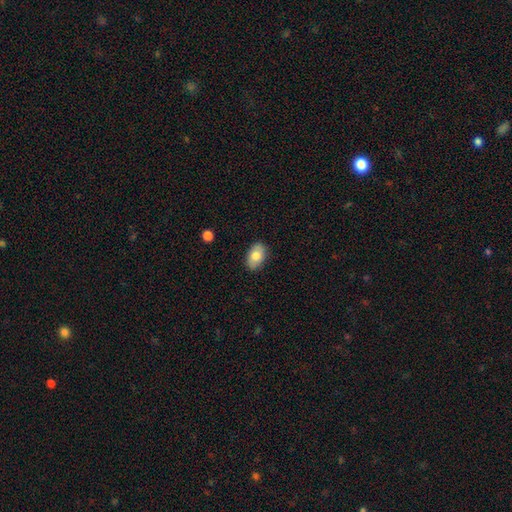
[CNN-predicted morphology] smooth_or_featured: smooth (p=0.80) [alt: featured or disk p=0.13]
how_rounded: in between (p=0.90) [alt: round p=0.09]
merging: none (p=0.87) [alt: minor disturbance p=0.10]